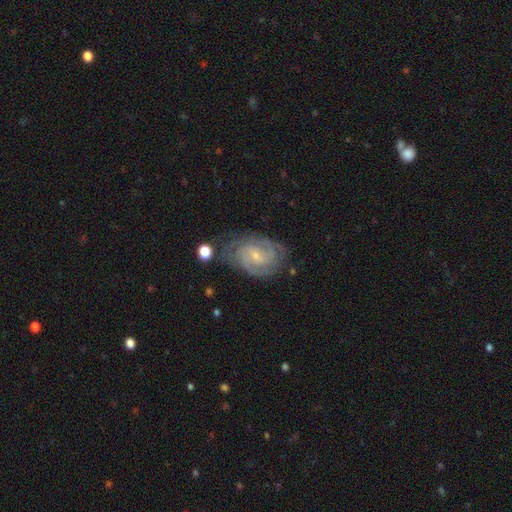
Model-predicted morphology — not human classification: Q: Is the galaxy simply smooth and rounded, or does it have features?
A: featured or disk — 85%.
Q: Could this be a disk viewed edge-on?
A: no — 97%.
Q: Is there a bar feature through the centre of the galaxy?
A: no — 50%.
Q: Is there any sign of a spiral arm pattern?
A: yes — 96%.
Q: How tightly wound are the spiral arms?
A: tight — 62%.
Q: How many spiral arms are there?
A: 2 — 40%.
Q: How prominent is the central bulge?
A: small — 77%.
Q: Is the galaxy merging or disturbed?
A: none — 68%.